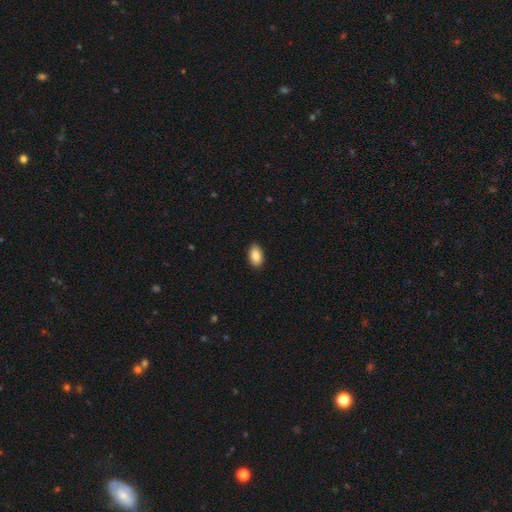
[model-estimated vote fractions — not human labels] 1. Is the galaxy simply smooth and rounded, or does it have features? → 88% smooth, 7% star or artifact, 5% featured or disk.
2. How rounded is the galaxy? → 93% in between, 5% round, 2% cigar-shaped.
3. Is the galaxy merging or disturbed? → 89% none, 8% minor disturbance, 2% major disturbance, 1% merger.